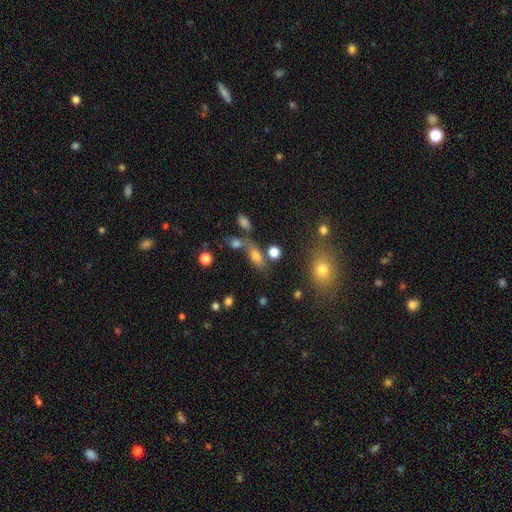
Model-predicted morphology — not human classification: The model was most divided on "merging": none: 49%, merger: 27%, minor disturbance: 15%, major disturbance: 9%. More confident: how rounded — in between (79%); smooth or featured — smooth (71%).